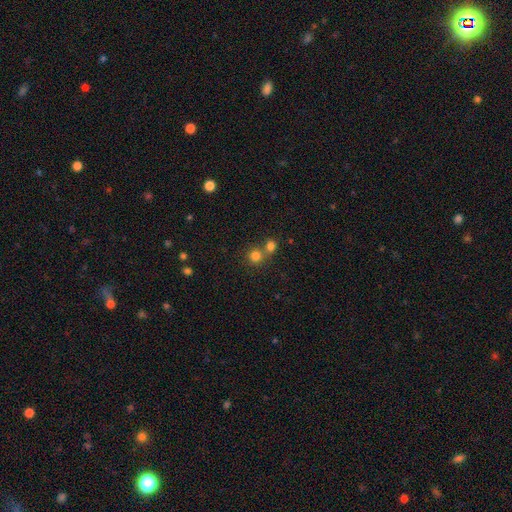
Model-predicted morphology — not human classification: Overall: smooth (78%). How rounded: round (90%). Merging: none (53%; merger 39%).